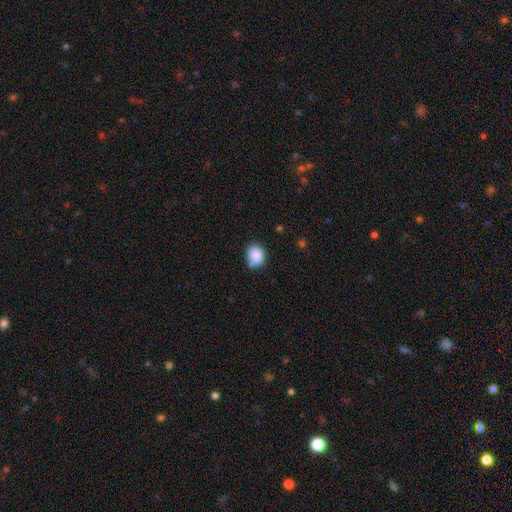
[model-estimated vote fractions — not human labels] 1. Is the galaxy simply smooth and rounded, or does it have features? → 87% smooth, 9% star or artifact, 5% featured or disk.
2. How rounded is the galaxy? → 61% round, 38% in between, 1% cigar-shaped.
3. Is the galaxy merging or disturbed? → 66% none, 20% minor disturbance, 9% merger, 5% major disturbance.